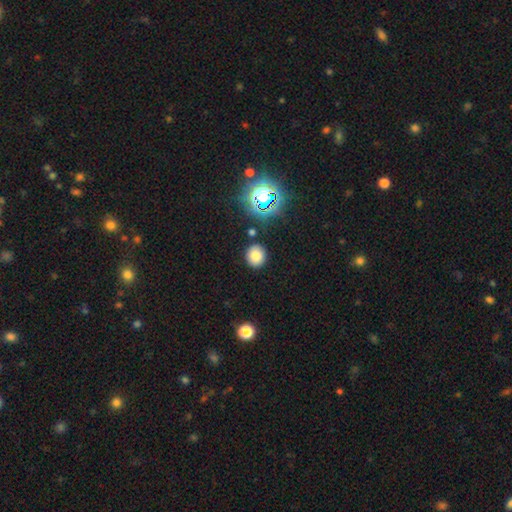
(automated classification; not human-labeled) This is likely a smooth galaxy (77%). How rounded: clearly round (82%). Merging: clearly none (86%).